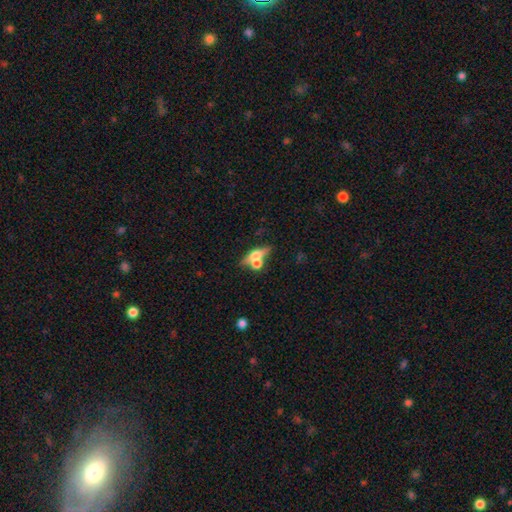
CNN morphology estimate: smooth-or-featured: featured or disk: 49% | smooth: 42% | star or artifact: 9%
  merging: none: 47% | merger: 38% | minor disturbance: 10% | major disturbance: 5%